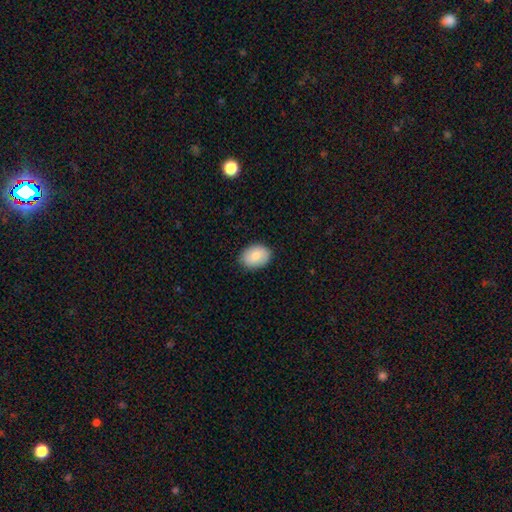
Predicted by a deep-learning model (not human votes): smooth-or-featured: smooth: 83% | featured or disk: 10% | star or artifact: 6%
  how-rounded: in between: 74% | round: 25% | cigar-shaped: 1%
  merging: none: 87% | minor disturbance: 10% | major disturbance: 2% | merger: 1%